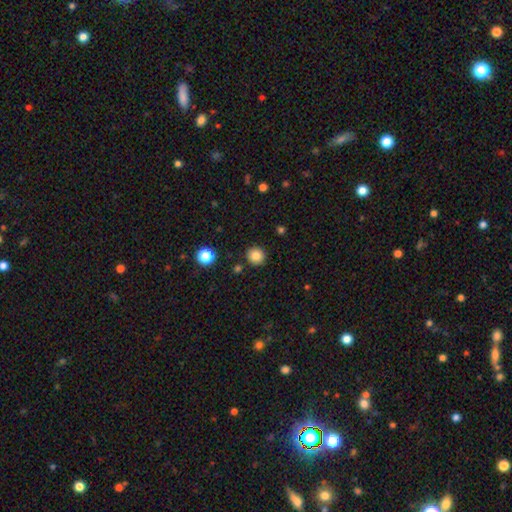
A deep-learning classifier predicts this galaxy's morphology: smooth_or_featured: smooth (p=0.84) [alt: star or artifact p=0.11]
how_rounded: round (p=0.91) [alt: in between p=0.08]
merging: none (p=0.90) [alt: minor disturbance p=0.06]